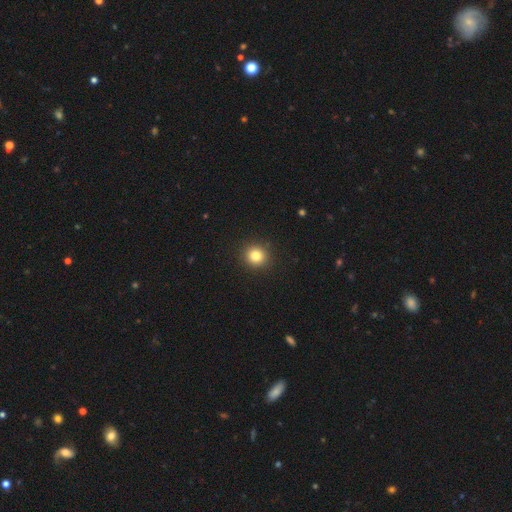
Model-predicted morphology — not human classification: This appears to be a smooth galaxy with no disk features (82%) that is round (91%). Merging: none (92%).